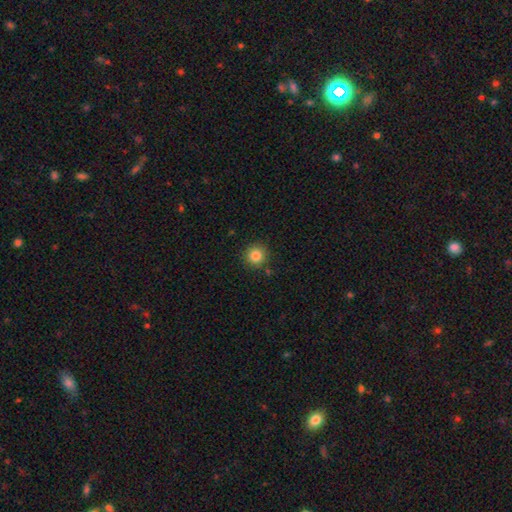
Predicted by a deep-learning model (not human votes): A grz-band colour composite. It shows a smooth galaxy with no disk features (84%) that is round (94%). Merging: none (88%).